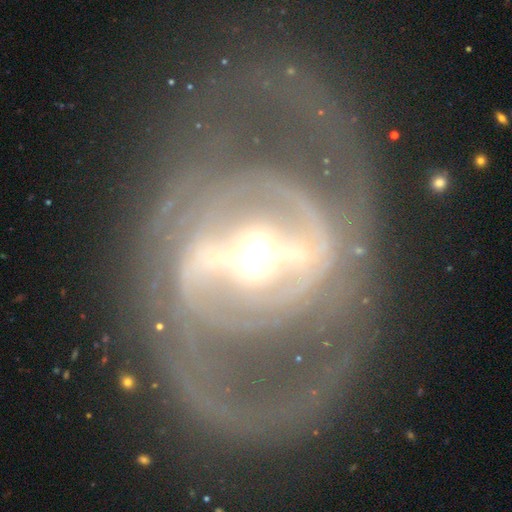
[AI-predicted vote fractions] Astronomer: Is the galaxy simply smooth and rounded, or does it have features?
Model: featured or disk — 87%.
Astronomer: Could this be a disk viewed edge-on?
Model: no — 94%.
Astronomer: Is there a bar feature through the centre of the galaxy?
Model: strong — 68%.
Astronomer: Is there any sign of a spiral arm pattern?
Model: yes — 81%.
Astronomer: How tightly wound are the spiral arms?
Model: tight — 42% (runner-up: medium, 40%).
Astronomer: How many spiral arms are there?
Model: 2 — 69%.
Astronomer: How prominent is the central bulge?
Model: moderate — 60%.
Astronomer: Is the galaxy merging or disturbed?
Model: none — 68%.